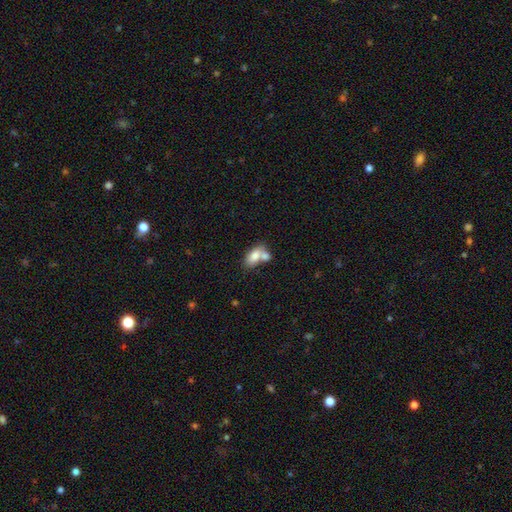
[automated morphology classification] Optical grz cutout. It shows a smooth galaxy with no disk features (75%) that is in between round and cigar-shaped (89%). Merging: merger (53%).